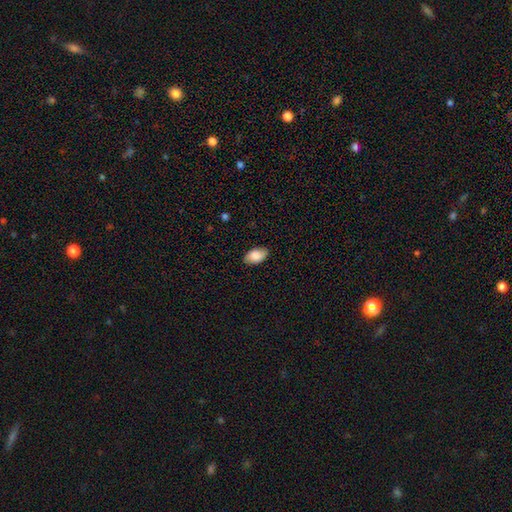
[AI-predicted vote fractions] A smooth galaxy with no disk features (85%) that is in between round and cigar-shaped (93%). Merging: none (86%).